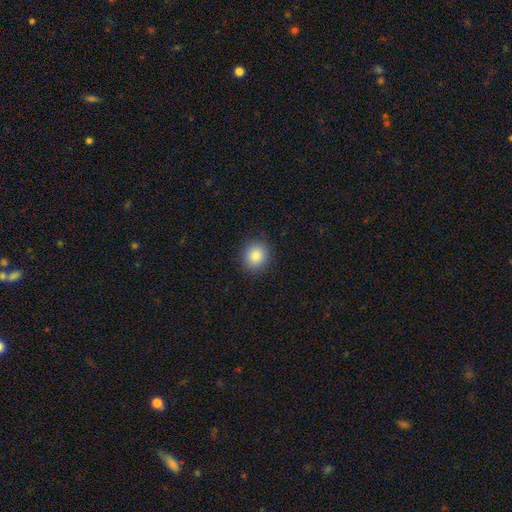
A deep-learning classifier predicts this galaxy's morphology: smooth_or_featured: smooth (p=0.86) [alt: star or artifact p=0.09]
how_rounded: round (p=0.84) [alt: in between p=0.15]
merging: none (p=0.90) [alt: minor disturbance p=0.07]